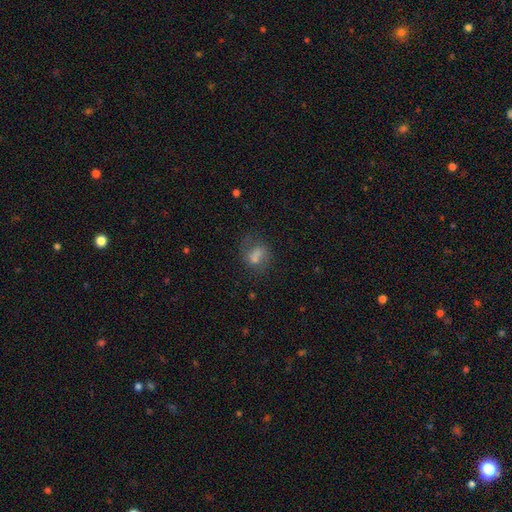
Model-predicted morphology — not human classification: Smooth or featured?
  - smooth: 54% *
  - featured or disk: 28%
  - star or artifact: 18%
How rounded?
  - in between: 55% *
  - round: 42%
  - cigar-shaped: 3%
Merging?
  - none: 55% *
  - minor disturbance: 20%
  - major disturbance: 14%
  - merger: 10%